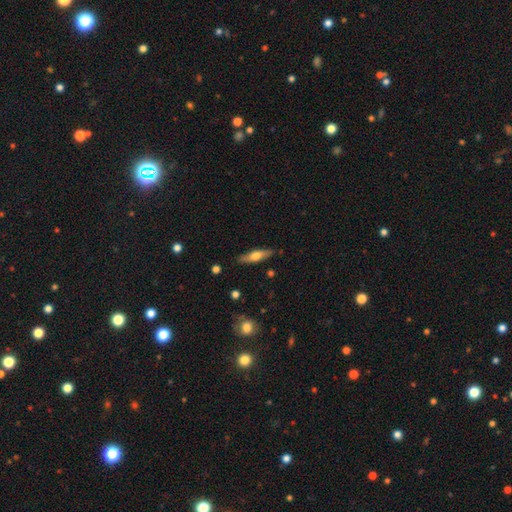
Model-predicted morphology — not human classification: Smooth or featured: smooth — 50% (featured or disk — 44%)
Merging: none — 87% (minor disturbance — 10%)